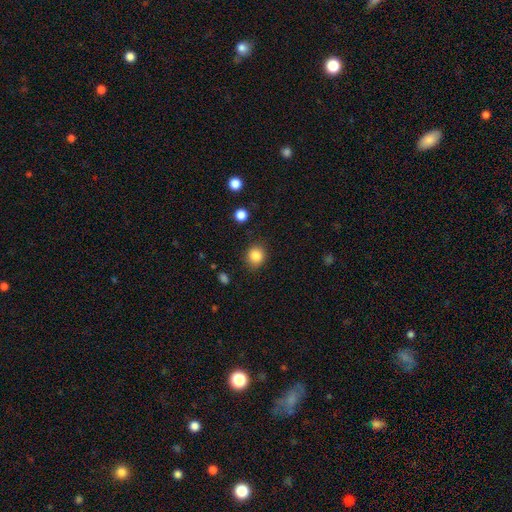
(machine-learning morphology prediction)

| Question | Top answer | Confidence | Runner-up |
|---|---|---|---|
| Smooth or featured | smooth | 85% | star or artifact (10%) |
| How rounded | round | 77% | in between (22%) |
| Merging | none | 86% | minor disturbance (10%) |